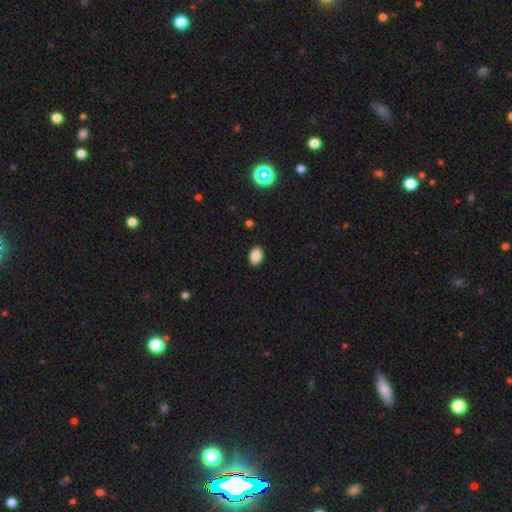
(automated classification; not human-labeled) smooth 87%, star or artifact 9%, featured or disk 4%. Down the decision tree: how rounded — in between (86%); merging — none (90%).